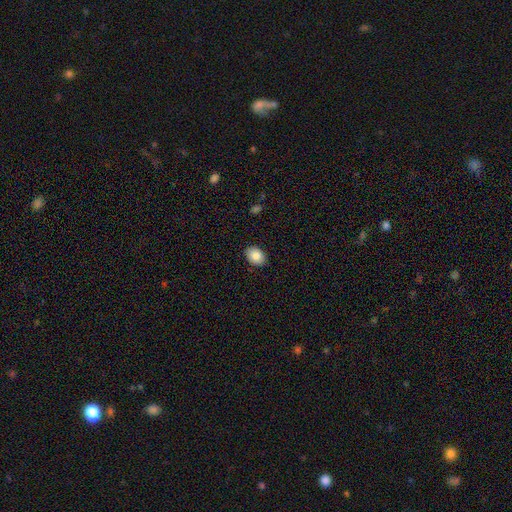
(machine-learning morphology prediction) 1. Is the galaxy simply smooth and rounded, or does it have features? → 86% smooth, 8% star or artifact, 7% featured or disk.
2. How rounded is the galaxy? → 72% in between, 27% round, 1% cigar-shaped.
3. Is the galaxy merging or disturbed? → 89% none, 8% minor disturbance, 2% major disturbance, 1% merger.